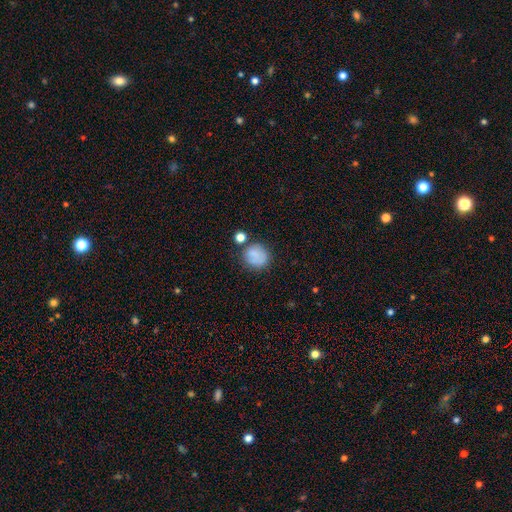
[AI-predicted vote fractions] Smooth or featured? smooth (80%)
How rounded? round (83%)
Merging? none (67%)